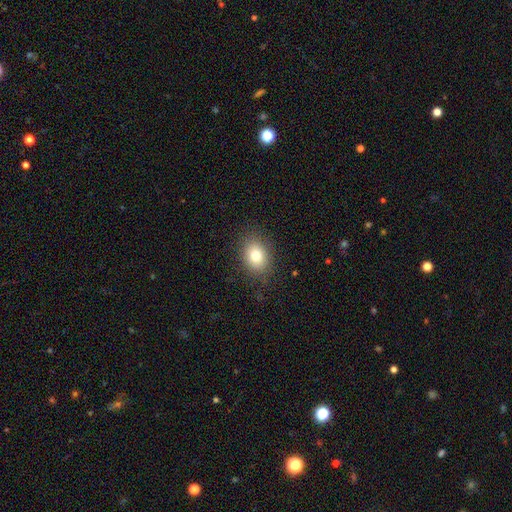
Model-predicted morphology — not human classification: Smooth or featured? Predicted: smooth (p=0.78). How rounded? Predicted: in between (p=0.59). Merging? Predicted: none (p=0.85).